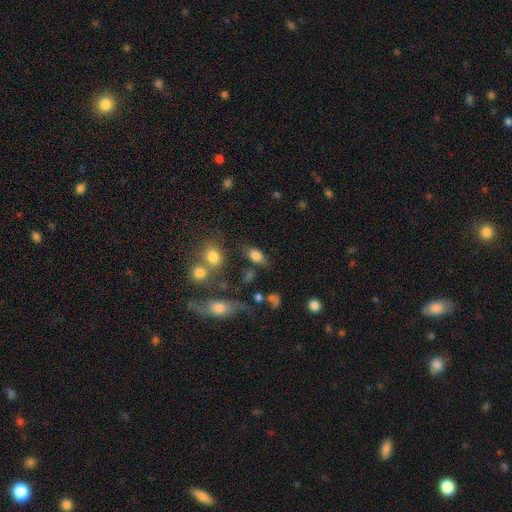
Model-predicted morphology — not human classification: A smooth galaxy with no disk features (78%) that is in between round and cigar-shaped (85%). Merging: none (63%).